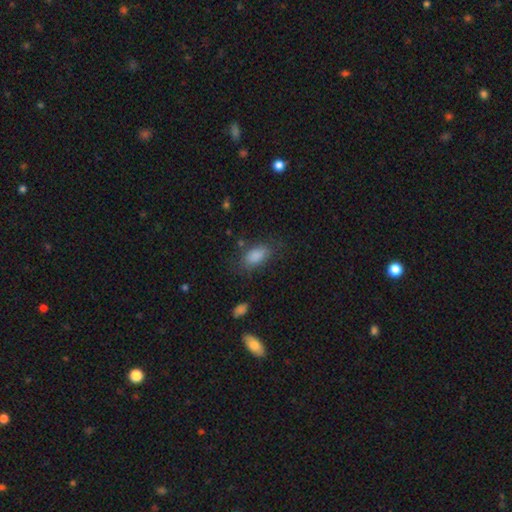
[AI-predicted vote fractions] A smooth galaxy with no disk features (85%) that is in between round and cigar-shaped (91%). Merging: none (71%).